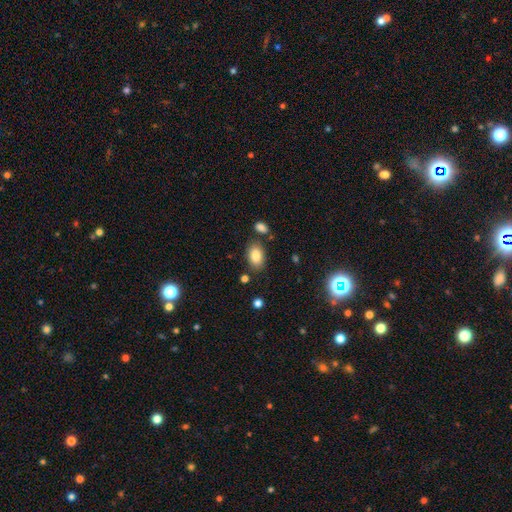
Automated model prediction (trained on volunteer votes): The model was most divided on "merging": none: 78%, minor disturbance: 12%, merger: 6%, major disturbance: 3%. More confident: how rounded — in between (86%); smooth or featured — smooth (84%).